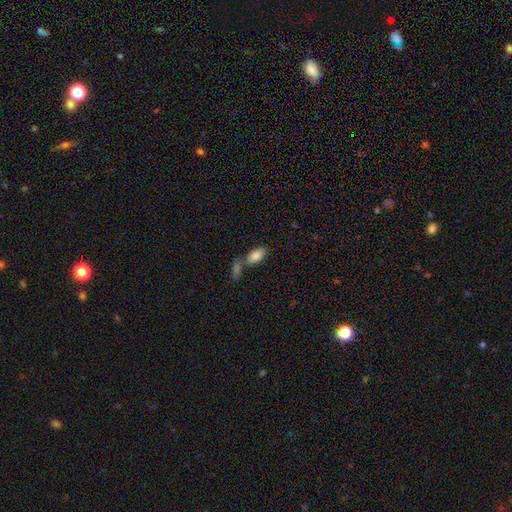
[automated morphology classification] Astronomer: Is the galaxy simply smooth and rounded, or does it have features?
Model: smooth — 85%.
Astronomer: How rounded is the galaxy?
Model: in between — 90%.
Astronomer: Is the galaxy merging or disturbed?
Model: merger — 47% (runner-up: none, 40%).